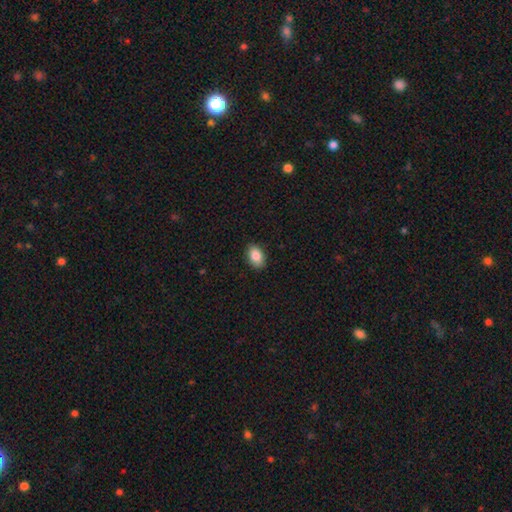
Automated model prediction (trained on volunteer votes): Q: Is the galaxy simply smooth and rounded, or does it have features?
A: smooth — 88%.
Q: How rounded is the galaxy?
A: in between — 90%.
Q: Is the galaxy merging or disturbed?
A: none — 89%.